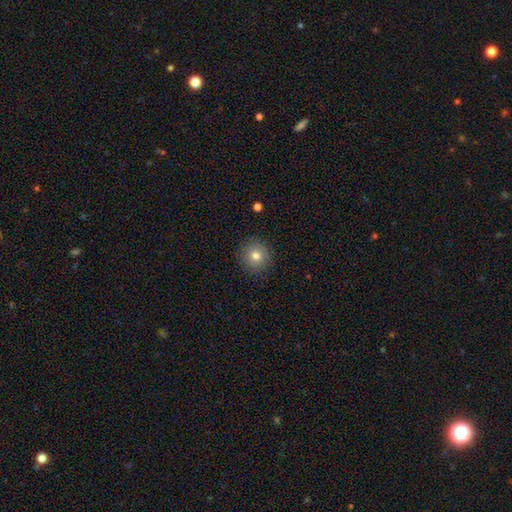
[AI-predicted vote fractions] This is likely a smooth galaxy (78%). How rounded: clearly round (94%). Merging: clearly none (90%).